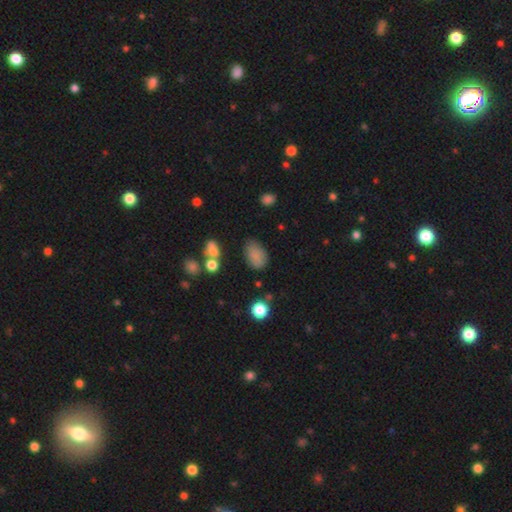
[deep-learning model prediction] A smooth galaxy with no disk features (79%) that is in between round and cigar-shaped (87%). Merging: none (65%).